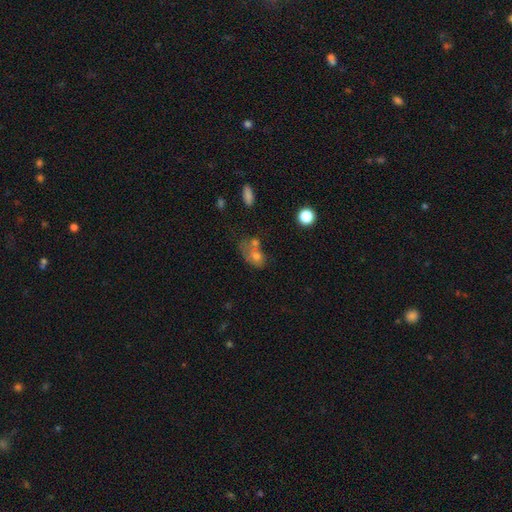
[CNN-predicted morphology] Smooth or featured? smooth (63%)
How rounded? in between (71%)
Merging? merger (42%)